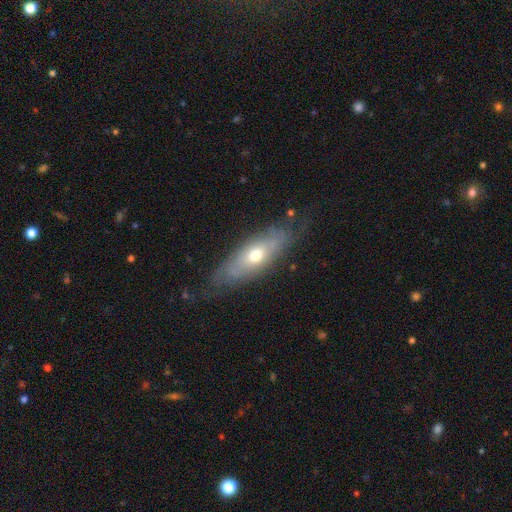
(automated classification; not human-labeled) Smooth or featured?
  - featured or disk: 49% *
  - smooth: 44%
  - star or artifact: 7%
Merging?
  - none: 70% *
  - minor disturbance: 21%
  - major disturbance: 8%
  - merger: 2%